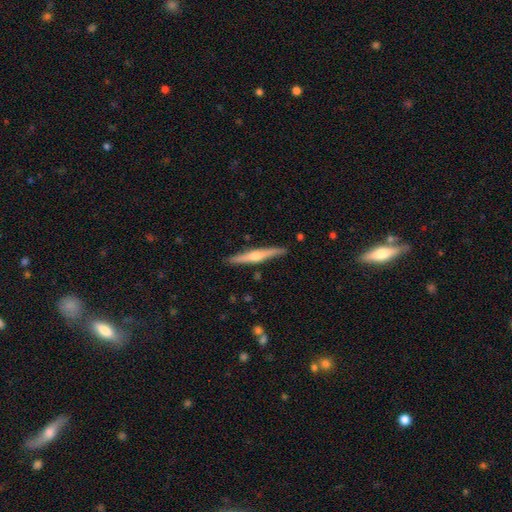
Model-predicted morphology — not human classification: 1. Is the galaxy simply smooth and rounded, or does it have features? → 70% featured or disk, 24% smooth, 5% star or artifact.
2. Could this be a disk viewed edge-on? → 98% yes, 2% no.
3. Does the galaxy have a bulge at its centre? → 89% rounded, 7% none, 5% boxy.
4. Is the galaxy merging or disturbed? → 90% none, 7% minor disturbance, 1% major disturbance, 1% merger.